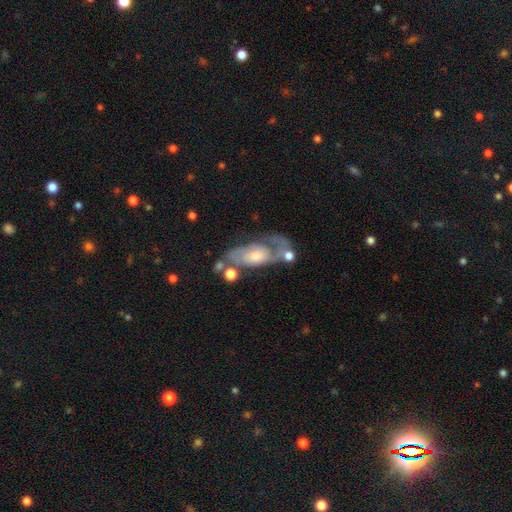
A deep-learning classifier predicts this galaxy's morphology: smooth-or-featured: featured or disk: 74% | smooth: 19% | star or artifact: 6%
  disk-edge-on: no: 89% | yes: 11%
    bar: no: 72% | weak: 22% | strong: 5%
    has-spiral-arms: yes: 77% | no: 23%
      spiral-winding: tight: 43% | medium: 39% | loose: 18%
      spiral-arm-count: 2: 53% | can't tell: 26% | 1: 15% | 3: 3% | 4: 1% | more than 4: 1%
    bulge-size: moderate: 48% | small: 31% | large: 14% | none: 4% | dominant: 2%
  merging: none: 47% | minor disturbance: 20% | major disturbance: 19% | merger: 14%